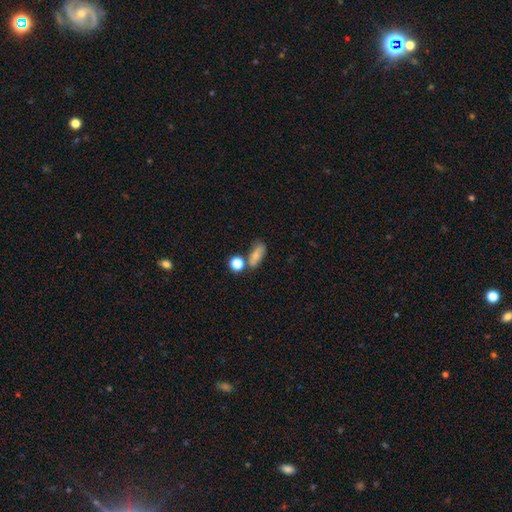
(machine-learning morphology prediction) A smooth galaxy with no disk features (74%) that is in between round and cigar-shaped (75%). Merging: none (53%).